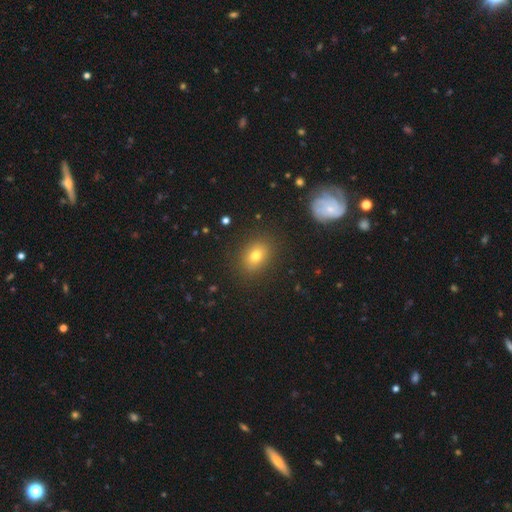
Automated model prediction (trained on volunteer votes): smooth 68%, featured or disk 18%, star or artifact 14%. Down the decision tree: how rounded — in between (62%); merging — none (86%).